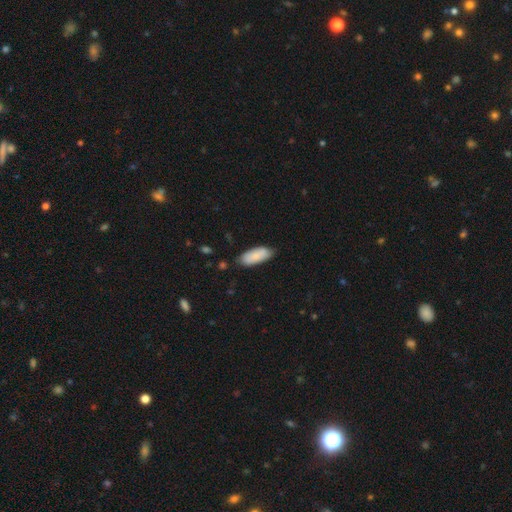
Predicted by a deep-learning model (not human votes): Smooth or featured?
  - smooth: 85% *
  - featured or disk: 10%
  - star or artifact: 6%
How rounded?
  - in between: 82% *
  - cigar-shaped: 16%
  - round: 2%
Merging?
  - none: 78% *
  - minor disturbance: 17%
  - major disturbance: 3%
  - merger: 2%